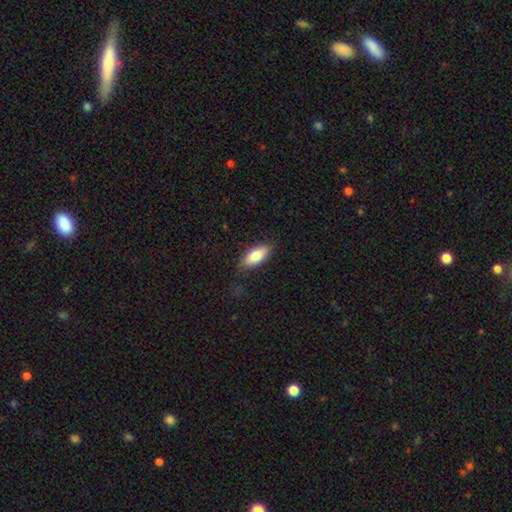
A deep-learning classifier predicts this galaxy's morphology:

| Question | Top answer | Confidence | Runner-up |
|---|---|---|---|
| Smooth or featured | smooth | 78% | featured or disk (15%) |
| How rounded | in between | 81% | cigar-shaped (16%) |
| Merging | none | 80% | minor disturbance (15%) |